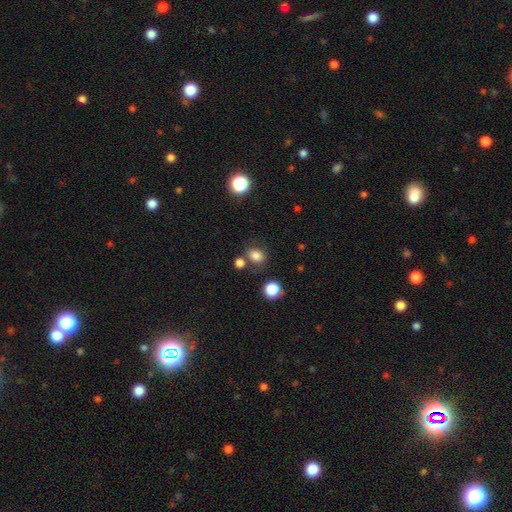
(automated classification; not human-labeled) smooth_or_featured: smooth (p=0.79) [alt: star or artifact p=0.15]
how_rounded: round (p=0.59) [alt: in between p=0.40]
merging: none (p=0.69) [alt: merger p=0.13]